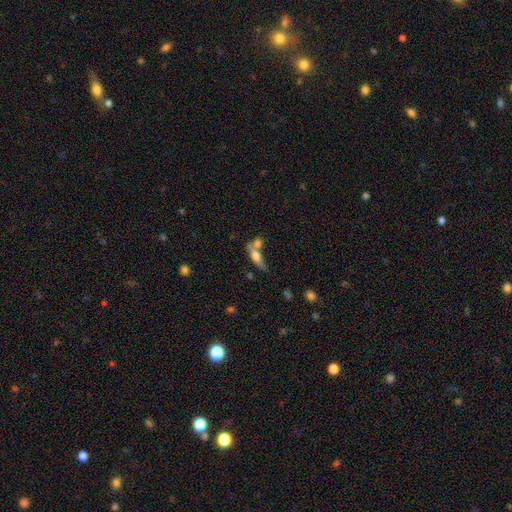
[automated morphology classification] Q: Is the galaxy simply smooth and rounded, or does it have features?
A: smooth — 52%.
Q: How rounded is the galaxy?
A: cigar-shaped — 53%.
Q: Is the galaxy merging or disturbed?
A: none — 42%.